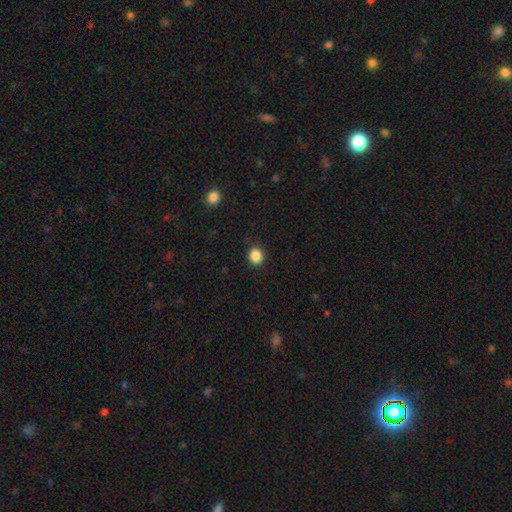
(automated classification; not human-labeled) Smooth or featured?
  - smooth: 87% *
  - star or artifact: 10%
  - featured or disk: 3%
How rounded?
  - round: 79% *
  - in between: 20%
  - cigar-shaped: 1%
Merging?
  - none: 90% *
  - minor disturbance: 7%
  - major disturbance: 2%
  - merger: 1%